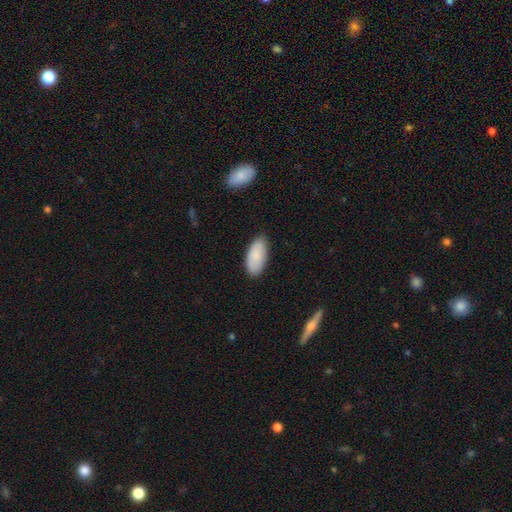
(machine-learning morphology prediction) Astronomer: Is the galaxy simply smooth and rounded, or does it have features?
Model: smooth — 85%.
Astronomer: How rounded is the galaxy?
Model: in between — 94%.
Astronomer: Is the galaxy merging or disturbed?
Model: none — 80%.